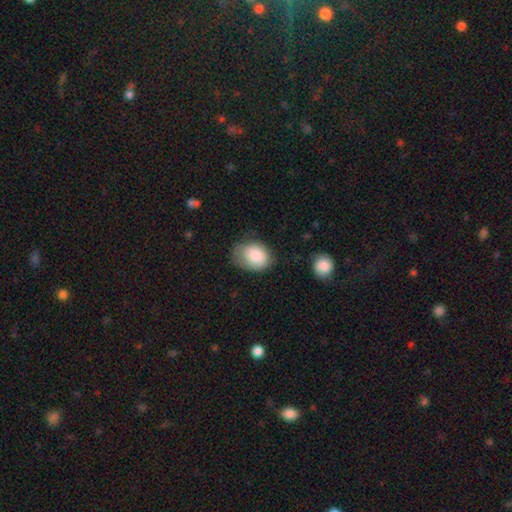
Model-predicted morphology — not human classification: Smooth or featured?
  - smooth: 84% *
  - featured or disk: 9%
  - star or artifact: 7%
How rounded?
  - in between: 67% *
  - round: 32%
  - cigar-shaped: 1%
Merging?
  - none: 51% *
  - minor disturbance: 35%
  - major disturbance: 12%
  - merger: 3%